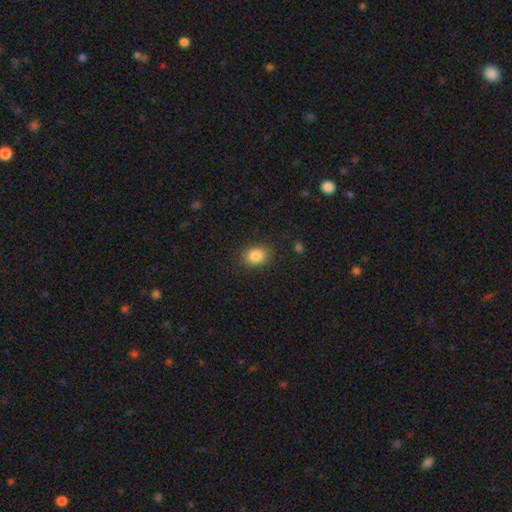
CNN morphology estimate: smooth_or_featured: smooth (p=0.85) [alt: star or artifact p=0.09]
how_rounded: in between (p=0.64) [alt: round p=0.35]
merging: none (p=0.86) [alt: minor disturbance p=0.10]